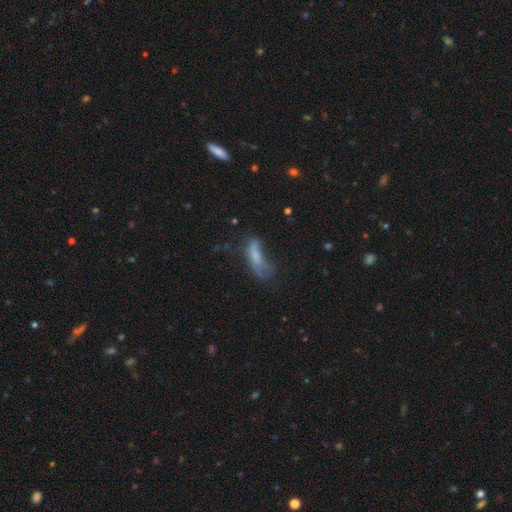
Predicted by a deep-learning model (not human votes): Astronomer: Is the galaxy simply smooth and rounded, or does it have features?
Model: smooth — 56%.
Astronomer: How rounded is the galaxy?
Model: in between — 57% (runner-up: cigar-shaped, 40%).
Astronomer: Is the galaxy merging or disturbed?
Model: major disturbance — 40% (runner-up: none, 27%).